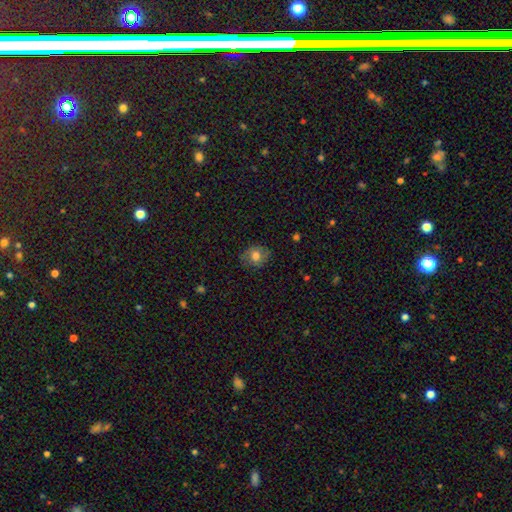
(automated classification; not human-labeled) A smooth galaxy with no disk features (73%) that is round (69%).

Vote fractions:
- Smooth or featured? smooth: 73% / featured or disk: 17% / star or artifact: 10%
- How rounded? round: 69% / in between: 30% / cigar-shaped: 1%
- Merging? none: 79% / minor disturbance: 16% / major disturbance: 4% / merger: 1%